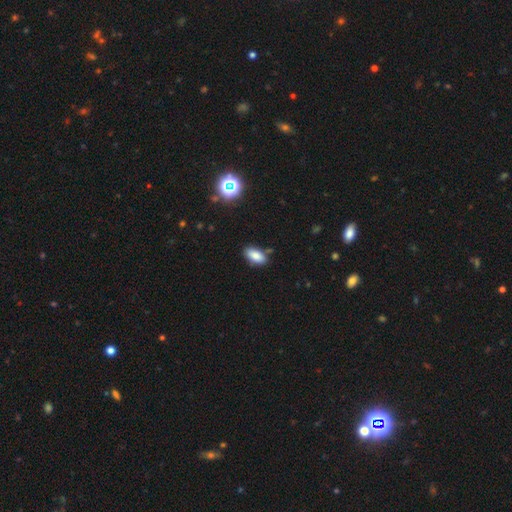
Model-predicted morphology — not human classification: A smooth galaxy with no disk features (84%) that is in between round and cigar-shaped (91%). Merging: none (81%).